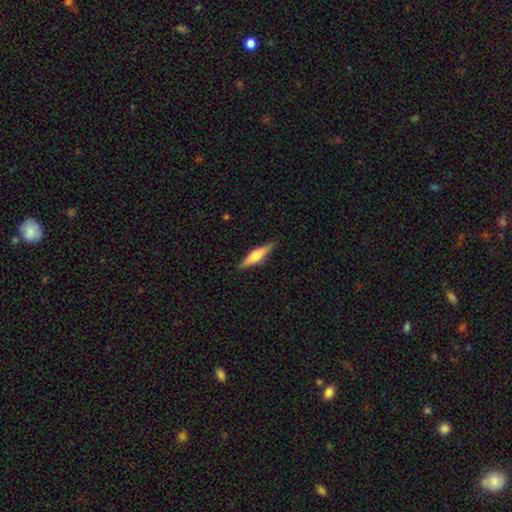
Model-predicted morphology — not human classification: Overall: smooth (51%; featured or disk 43%). How rounded: cigar-shaped (76%). Merging: none (88%).